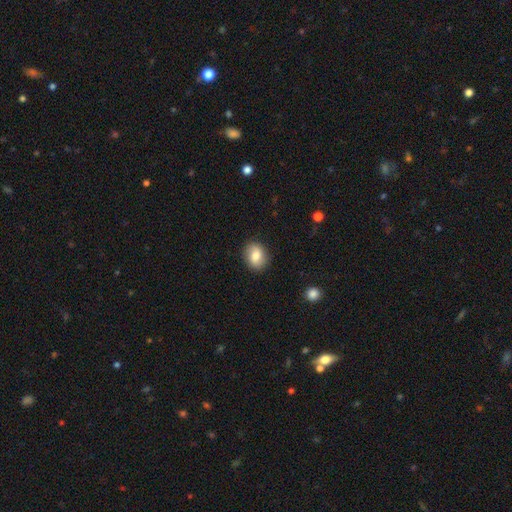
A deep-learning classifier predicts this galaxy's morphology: This is likely a smooth galaxy (78%). How rounded: possibly in between (52%). Merging: clearly none (87%).